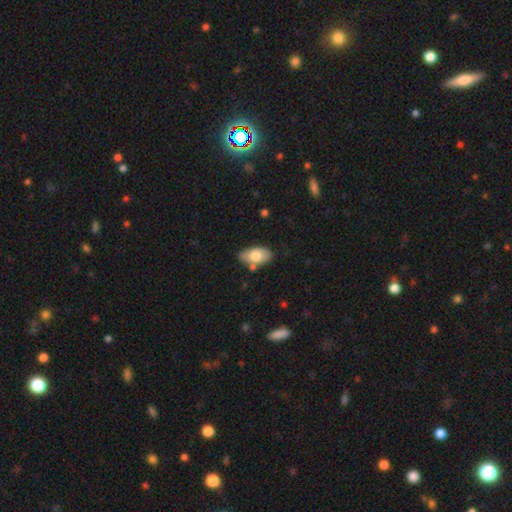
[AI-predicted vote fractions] smooth_or_featured: smooth (p=0.71) [alt: featured or disk p=0.23]
how_rounded: in between (p=0.93) [alt: round p=0.05]
merging: none (p=0.75) [alt: minor disturbance p=0.15]